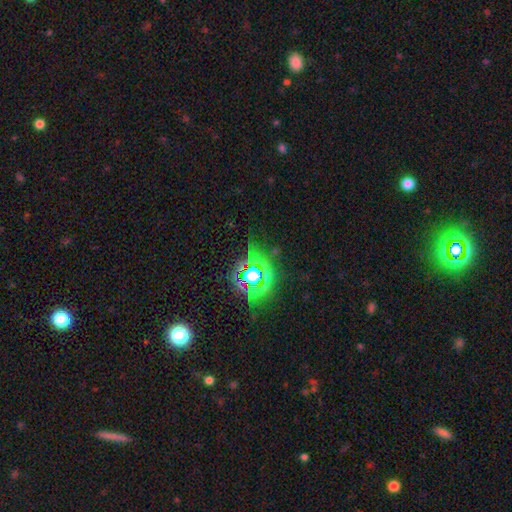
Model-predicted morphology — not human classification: Q: Smooth or featured?
A: star or artifact (80%); runner-up: smooth (12%)